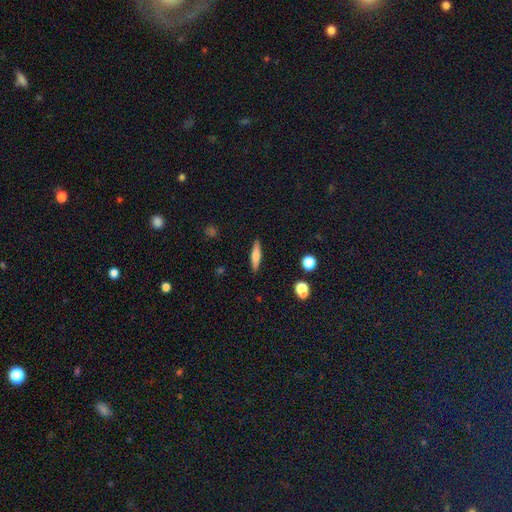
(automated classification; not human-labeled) Smooth or featured? Predicted: smooth (p=0.62). How rounded? Predicted: cigar-shaped (p=0.79). Merging? Predicted: none (p=0.89).